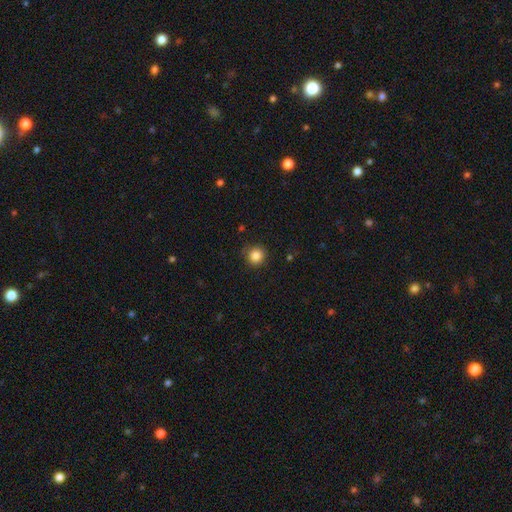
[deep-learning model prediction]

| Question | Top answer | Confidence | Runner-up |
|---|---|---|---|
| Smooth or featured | smooth | 85% | star or artifact (10%) |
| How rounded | round | 93% | in between (6%) |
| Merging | none | 87% | minor disturbance (10%) |